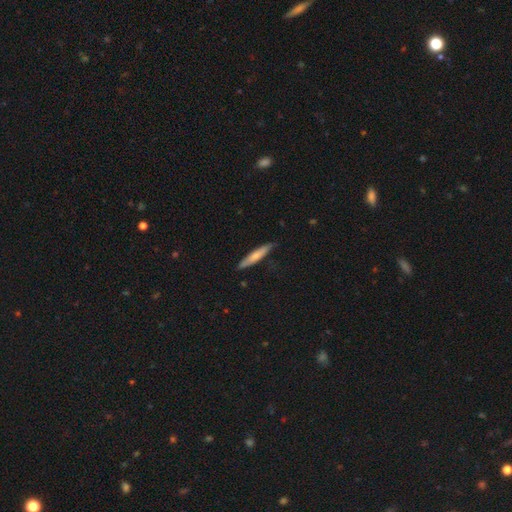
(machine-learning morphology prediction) Smooth or featured?
  - smooth: 65% *
  - featured or disk: 30%
  - star or artifact: 5%
How rounded?
  - cigar-shaped: 91% *
  - in between: 8%
  - round: 1%
Merging?
  - none: 84% *
  - minor disturbance: 13%
  - major disturbance: 2%
  - merger: 1%